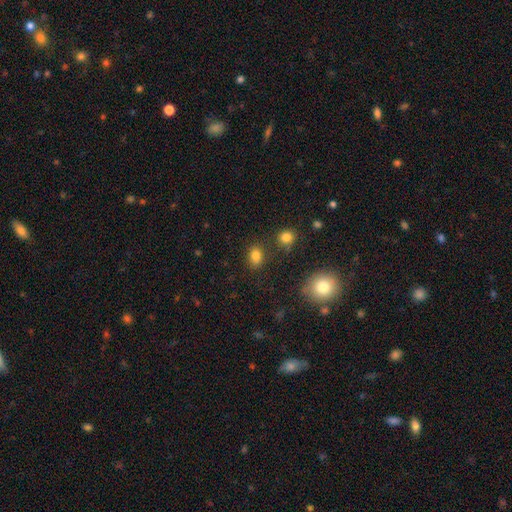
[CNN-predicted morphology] The model was most divided on "how rounded": in between: 66%, round: 32%, cigar-shaped: 2%. More confident: smooth or featured — smooth (81%); merging — none (79%).